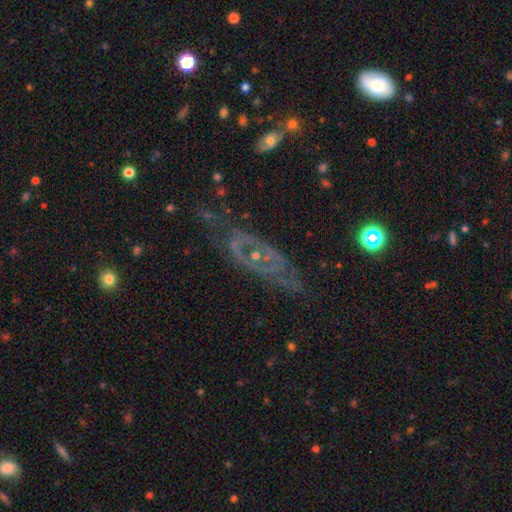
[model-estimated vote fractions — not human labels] featured or disk 70%, smooth 16%, star or artifact 14%. Down the decision tree: edge-on disk — no (90%); bar — no (77%); spiral arms — no (52%); bulge size — small (49%); merging — none (51%).